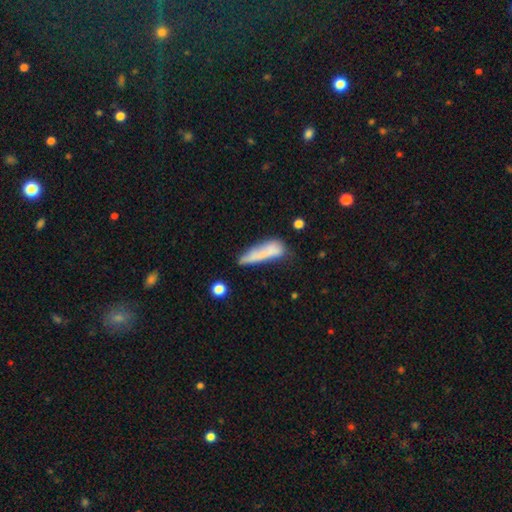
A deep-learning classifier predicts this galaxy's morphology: Smooth or featured? Predicted: smooth (p=0.70). How rounded? Predicted: cigar-shaped (p=0.73). Merging? Predicted: none (p=0.42).